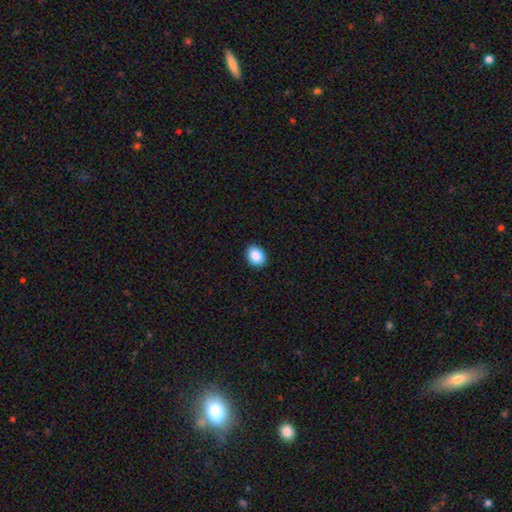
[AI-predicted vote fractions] Morphology: type=smooth (89%); roundness=in between (61%); merging=none (91%).